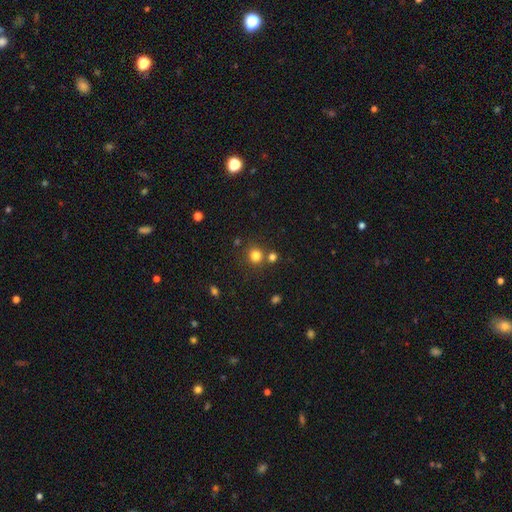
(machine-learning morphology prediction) Smooth or featured?
  - smooth: 79% *
  - star or artifact: 15%
  - featured or disk: 6%
How rounded?
  - round: 89% *
  - in between: 10%
  - cigar-shaped: 1%
Merging?
  - none: 73% *
  - merger: 15%
  - minor disturbance: 8%
  - major disturbance: 3%